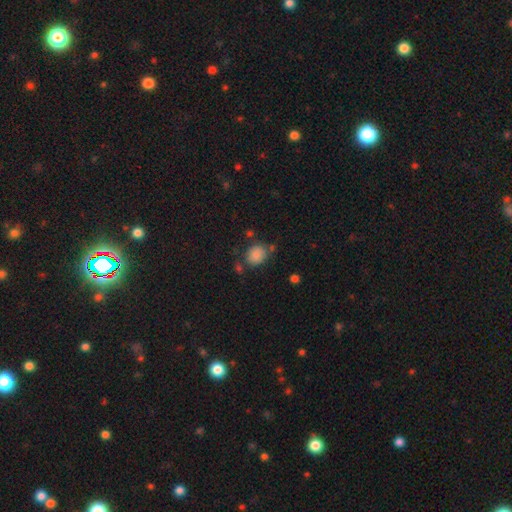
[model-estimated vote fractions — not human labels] smooth_or_featured: smooth (p=0.85) [alt: star or artifact p=0.10]
how_rounded: round (p=0.58) [alt: in between p=0.41]
merging: none (p=0.67) [alt: minor disturbance p=0.18]